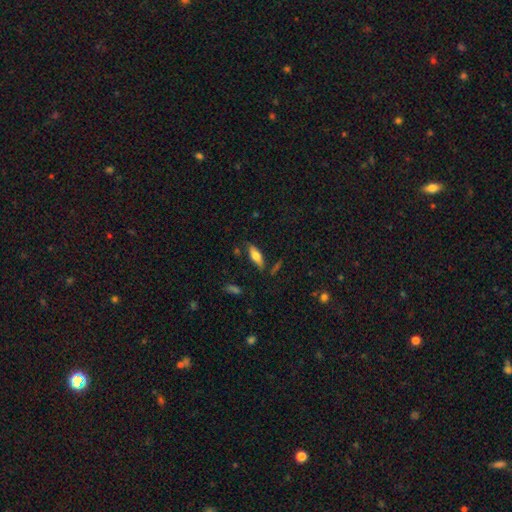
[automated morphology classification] smooth_or_featured: smooth (p=0.58) [alt: featured or disk p=0.35]
how_rounded: in between (p=0.61) [alt: cigar-shaped p=0.36]
merging: none (p=0.77) [alt: minor disturbance p=0.15]